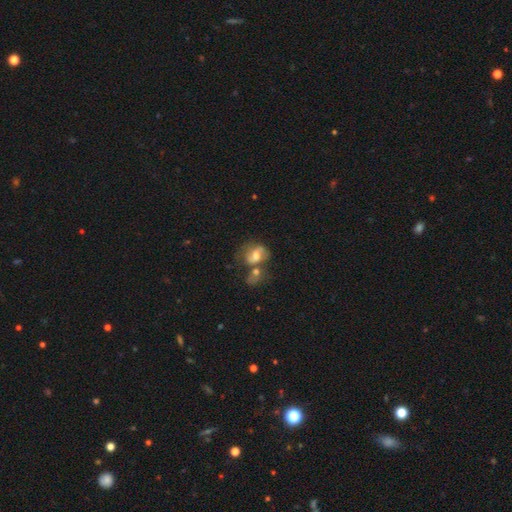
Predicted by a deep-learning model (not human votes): A featured or disk galaxy (53%) with a weak bar (44%), spiral arms (72%) and a moderate central bulge (57%). Merging: merger (43%).